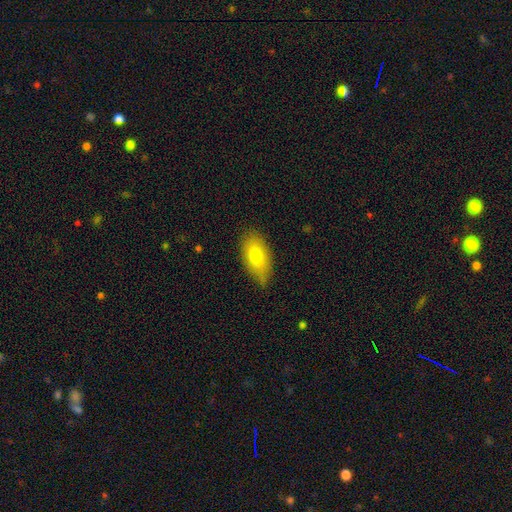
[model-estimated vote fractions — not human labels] Smooth or featured? smooth (76%)
How rounded? in between (90%)
Merging? none (76%)